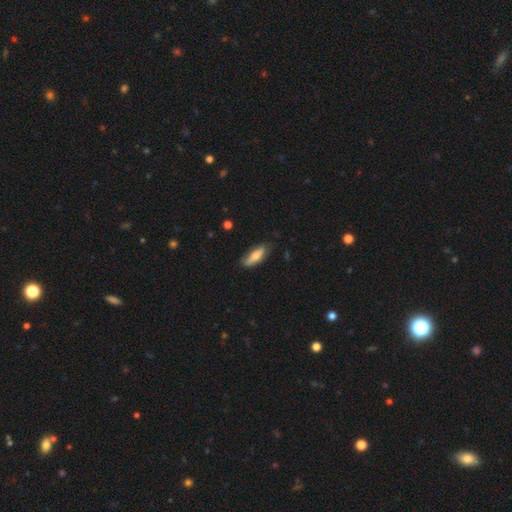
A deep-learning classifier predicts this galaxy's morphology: Overall: smooth (59%; featured or disk 35%). How rounded: in between (56%; cigar-shaped 42%). Merging: none (78%).